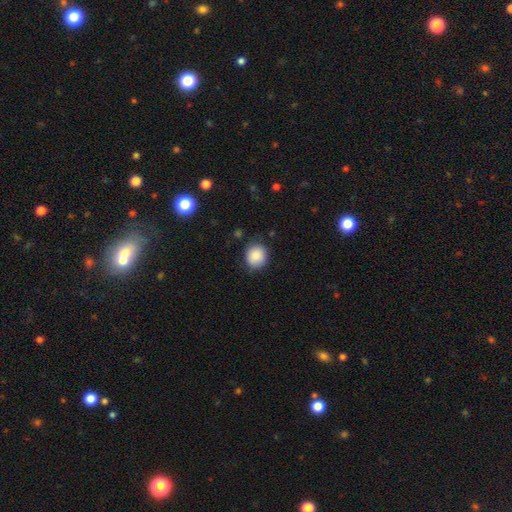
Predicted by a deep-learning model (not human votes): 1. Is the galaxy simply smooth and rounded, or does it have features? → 87% smooth, 8% star or artifact, 4% featured or disk.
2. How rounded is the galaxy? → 83% round, 16% in between, 1% cigar-shaped.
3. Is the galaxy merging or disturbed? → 82% none, 13% minor disturbance, 3% major disturbance, 1% merger.